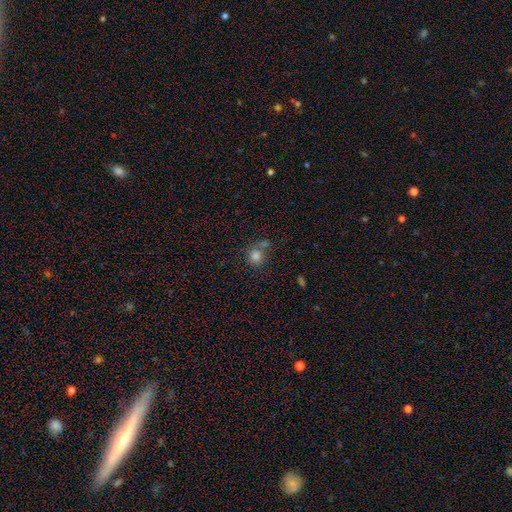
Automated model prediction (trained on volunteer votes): Q: Smooth or featured?
A: smooth (80%); runner-up: star or artifact (13%)
Q: How rounded?
A: round (88%); runner-up: in between (11%)
Q: Merging?
A: none (59%); runner-up: merger (23%)